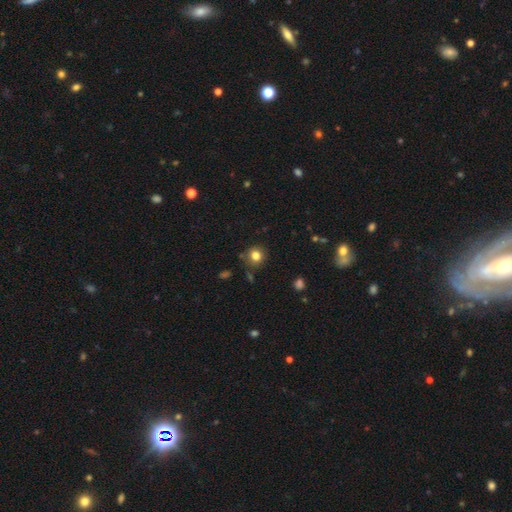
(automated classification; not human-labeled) Smooth or featured? smooth (82%)
How rounded? round (88%)
Merging? none (84%)